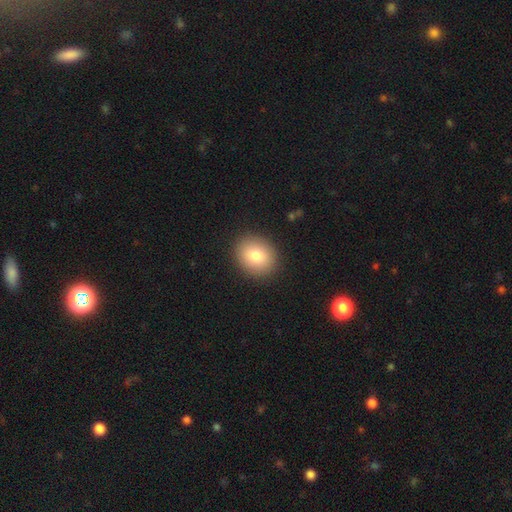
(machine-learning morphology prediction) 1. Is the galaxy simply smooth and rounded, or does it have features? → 81% smooth, 10% featured or disk, 9% star or artifact.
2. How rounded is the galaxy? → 65% round, 34% in between, 1% cigar-shaped.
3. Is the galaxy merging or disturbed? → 90% none, 6% minor disturbance, 2% major disturbance, 1% merger.